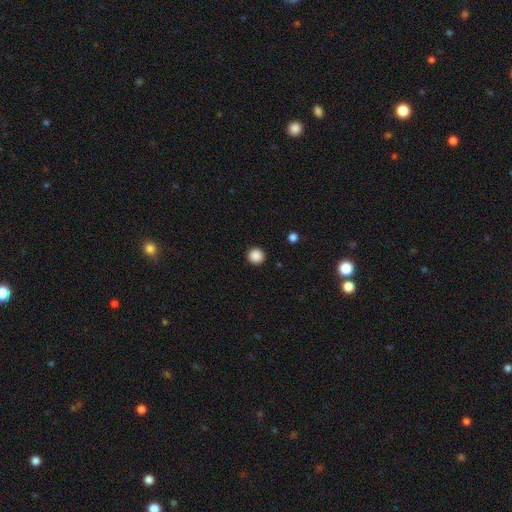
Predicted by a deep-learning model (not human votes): A smooth galaxy with no disk features (88%) that is round (96%). Merging: none (93%).